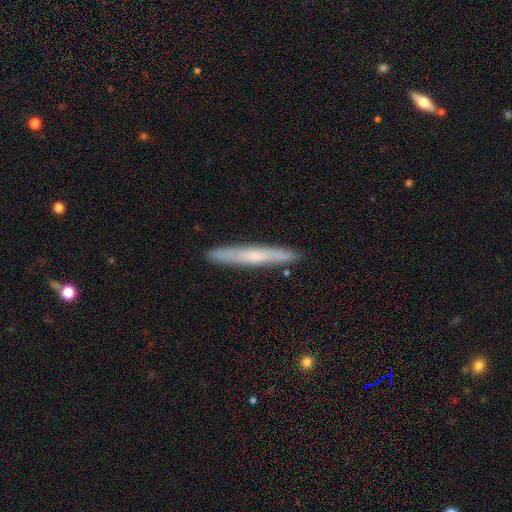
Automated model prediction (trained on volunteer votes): A smooth galaxy with no disk features (54%) that is cigar-shaped (96%).

Vote fractions:
- Smooth or featured? smooth: 54% / featured or disk: 40% / star or artifact: 6%
- How rounded? cigar-shaped: 96% / in between: 3% / round: 1%
- Merging? none: 89% / minor disturbance: 8% / major disturbance: 1% / merger: 1%